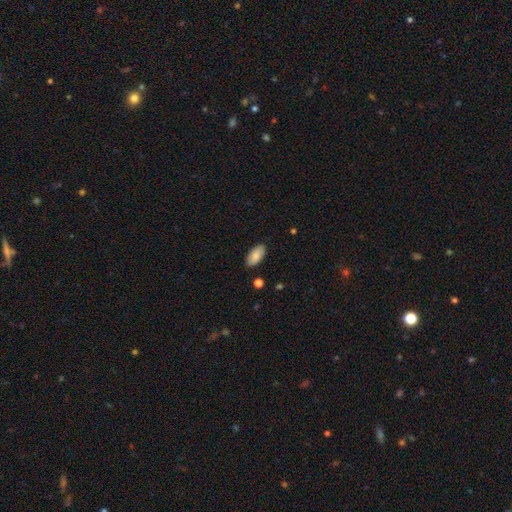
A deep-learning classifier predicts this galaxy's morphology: smooth-or-featured: smooth: 85% | featured or disk: 9% | star or artifact: 7%
  how-rounded: in between: 93% | cigar-shaped: 4% | round: 2%
  merging: none: 87% | minor disturbance: 10% | major disturbance: 2% | merger: 1%